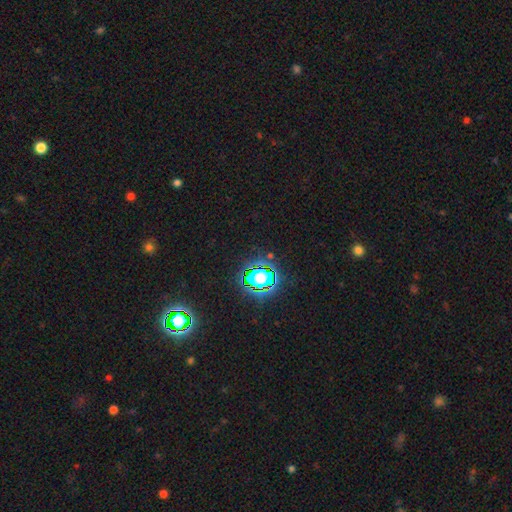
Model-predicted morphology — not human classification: Smooth or featured? star or artifact (82%)